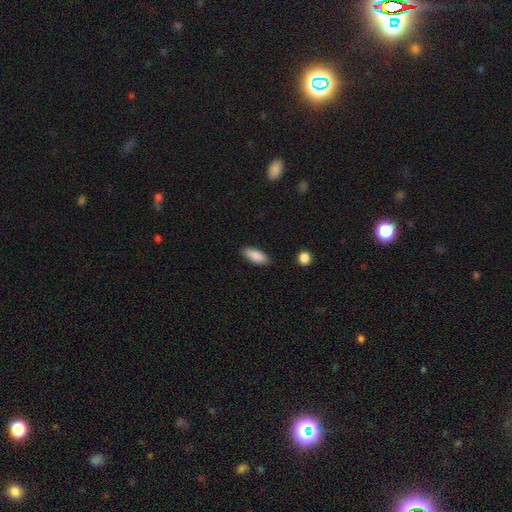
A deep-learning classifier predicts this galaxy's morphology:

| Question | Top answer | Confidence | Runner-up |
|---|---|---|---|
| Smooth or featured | smooth | 88% | star or artifact (6%) |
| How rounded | in between | 82% | cigar-shaped (16%) |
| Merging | none | 85% | minor disturbance (11%) |